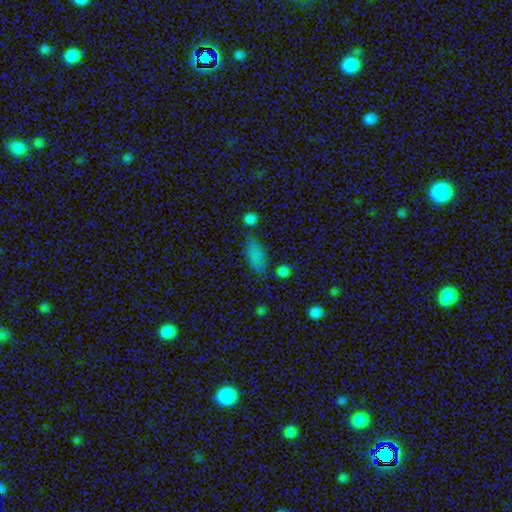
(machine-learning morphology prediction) This appears to be a smooth galaxy with no disk features (74%) that is in between round and cigar-shaped (79%). Merging: none (72%).